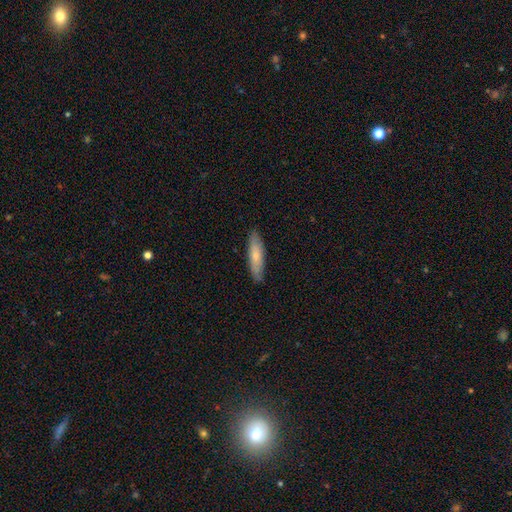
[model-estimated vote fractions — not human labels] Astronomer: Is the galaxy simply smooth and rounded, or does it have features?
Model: smooth — 69%.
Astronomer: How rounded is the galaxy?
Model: cigar-shaped — 70%.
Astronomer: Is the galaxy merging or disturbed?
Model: none — 86%.